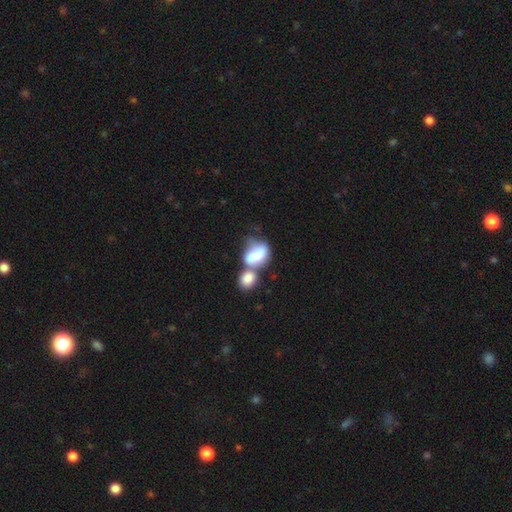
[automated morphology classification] The model was most divided on "smooth or featured": smooth: 65%, featured or disk: 27%, star or artifact: 8%. More confident: how rounded — in between (73%); merging — merger (69%).